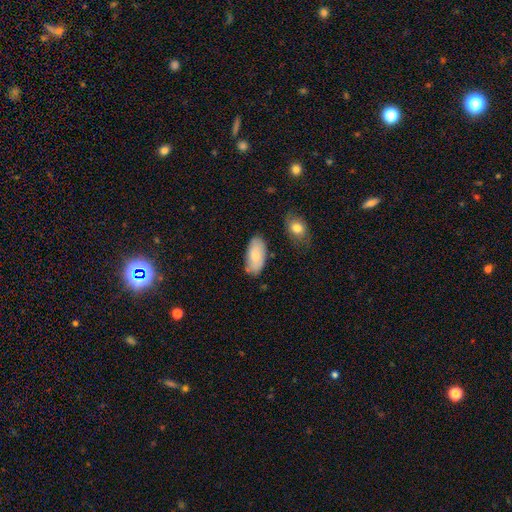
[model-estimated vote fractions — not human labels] Smooth or featured: smooth — 80% (featured or disk — 14%)
How rounded: in between — 94% (cigar-shaped — 3%)
Merging: none — 75% (minor disturbance — 17%)